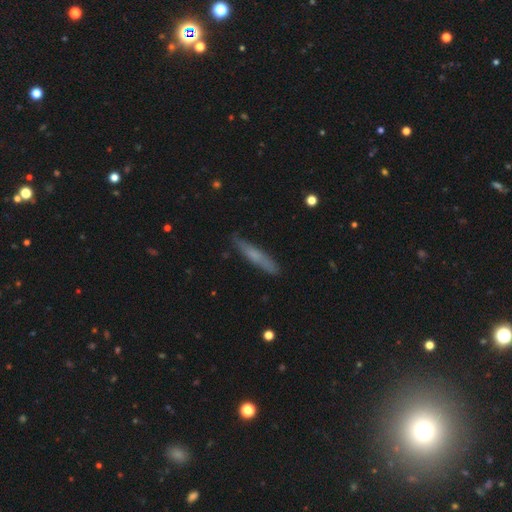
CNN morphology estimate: smooth-or-featured: smooth: 57% | featured or disk: 36% | star or artifact: 7%
  how-rounded: cigar-shaped: 92% | in between: 7% | round: 2%
  merging: none: 84% | minor disturbance: 12% | major disturbance: 2% | merger: 1%